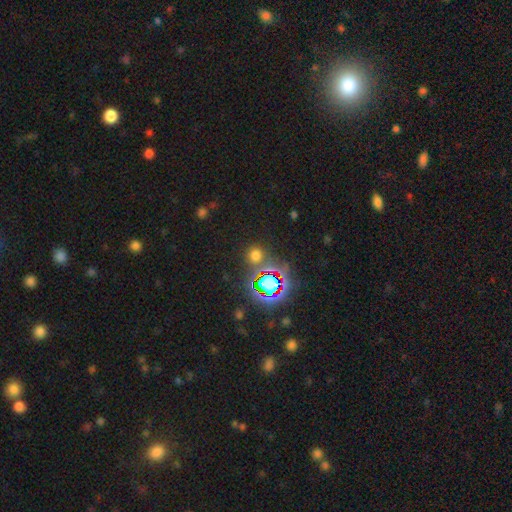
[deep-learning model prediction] A smooth galaxy with no disk features (51%) that is round (88%).

Vote fractions:
- Smooth or featured? smooth: 51% / star or artifact: 42% / featured or disk: 7%
- How rounded? round: 88% / in between: 10% / cigar-shaped: 2%
- Merging? none: 80% / minor disturbance: 9% / merger: 7% / major disturbance: 4%